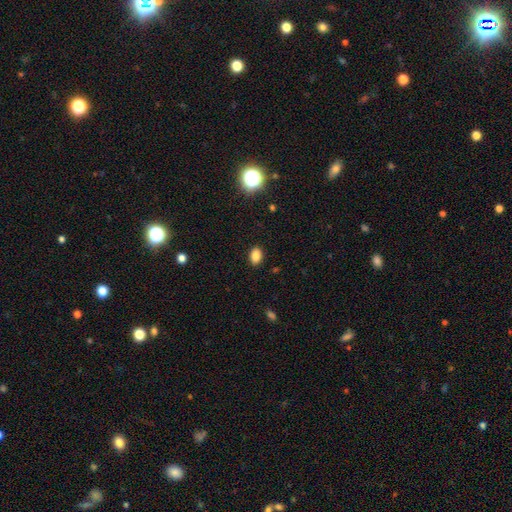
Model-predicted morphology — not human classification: Q: Smooth or featured?
A: smooth (84%); runner-up: star or artifact (12%)
Q: How rounded?
A: in between (83%); runner-up: round (16%)
Q: Merging?
A: none (89%); runner-up: minor disturbance (8%)